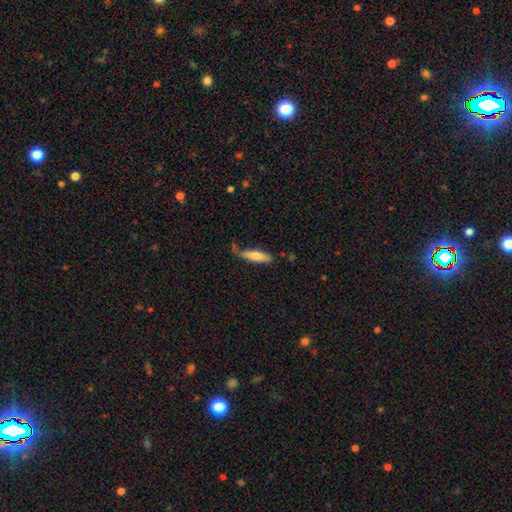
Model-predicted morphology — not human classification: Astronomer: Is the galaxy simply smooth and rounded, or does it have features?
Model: smooth — 69%.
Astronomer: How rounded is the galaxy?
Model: cigar-shaped — 71%.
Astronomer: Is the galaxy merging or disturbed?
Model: none — 58%.